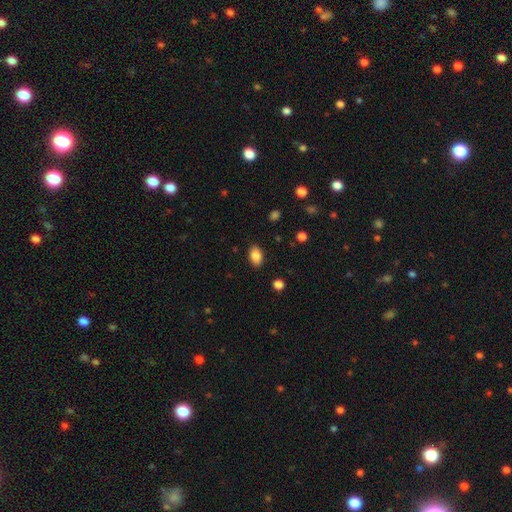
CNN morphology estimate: Q: Smooth or featured?
A: smooth (85%); runner-up: star or artifact (8%)
Q: How rounded?
A: in between (91%); runner-up: round (8%)
Q: Merging?
A: none (87%); runner-up: minor disturbance (9%)